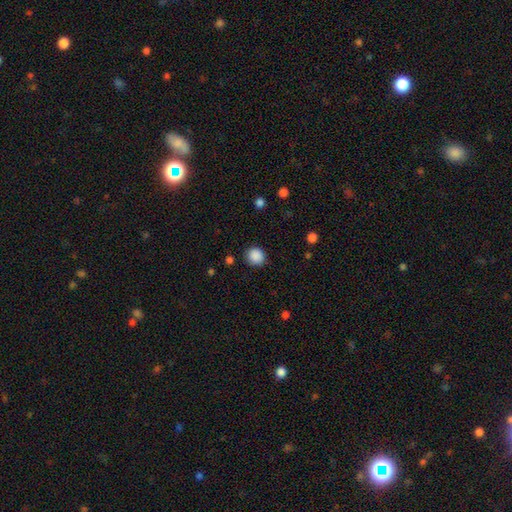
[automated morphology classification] This is clearly a smooth galaxy (88%). How rounded: clearly round (88%). Merging: clearly none (88%).